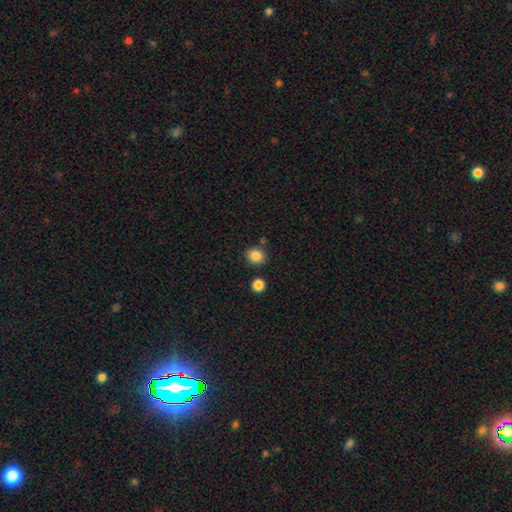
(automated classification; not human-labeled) smooth-or-featured: smooth: 85% | star or artifact: 10% | featured or disk: 4%
  how-rounded: round: 77% | in between: 23% | cigar-shaped: 1%
  merging: none: 83% | minor disturbance: 9% | merger: 6% | major disturbance: 3%